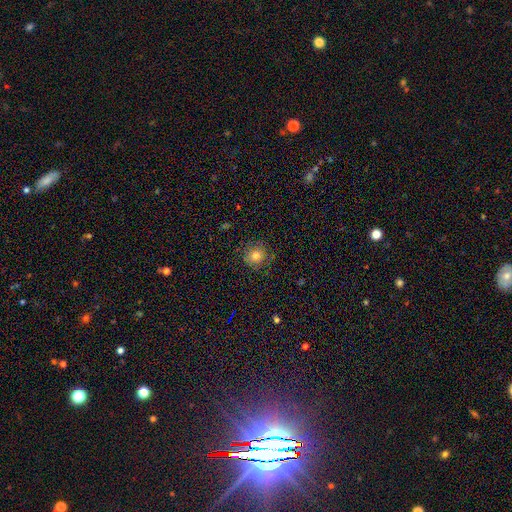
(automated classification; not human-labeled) Smooth or featured? smooth (79%)
How rounded? round (91%)
Merging? none (83%)